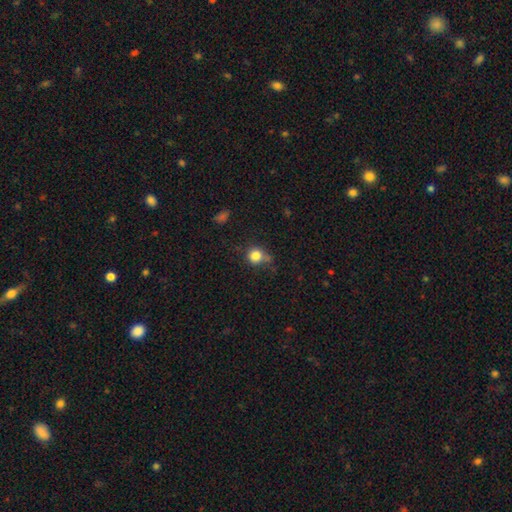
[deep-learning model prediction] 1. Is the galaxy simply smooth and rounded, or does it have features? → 82% smooth, 12% star or artifact, 7% featured or disk.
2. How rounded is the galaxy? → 87% round, 12% in between, 1% cigar-shaped.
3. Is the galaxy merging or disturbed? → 60% none, 24% minor disturbance, 9% major disturbance, 8% merger.